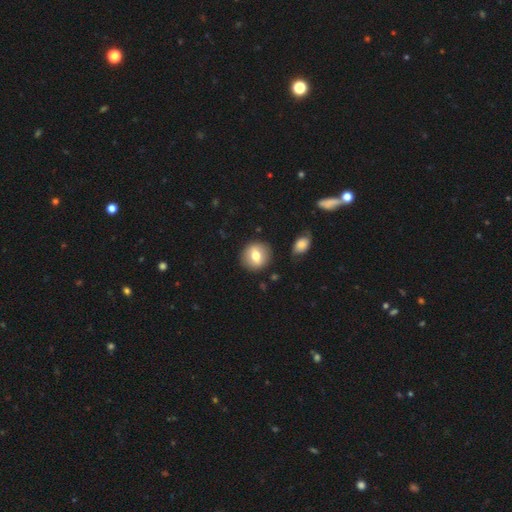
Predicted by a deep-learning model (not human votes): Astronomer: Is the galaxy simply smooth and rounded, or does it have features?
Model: smooth — 65%.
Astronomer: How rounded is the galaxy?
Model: round — 84%.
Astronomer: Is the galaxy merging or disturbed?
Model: none — 87%.